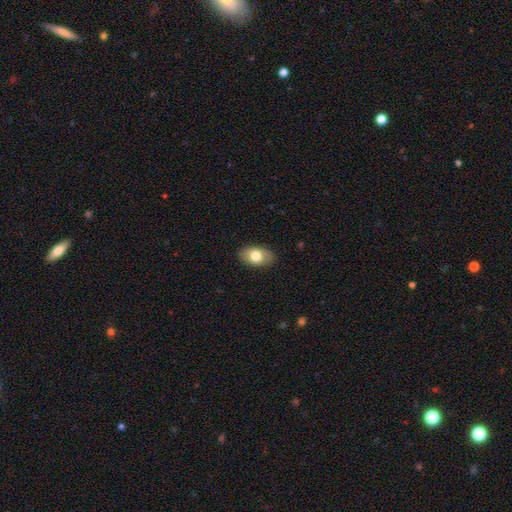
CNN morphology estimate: Q: Smooth or featured?
A: smooth (74%); runner-up: featured or disk (19%)
Q: How rounded?
A: in between (91%); runner-up: round (8%)
Q: Merging?
A: none (86%); runner-up: minor disturbance (11%)